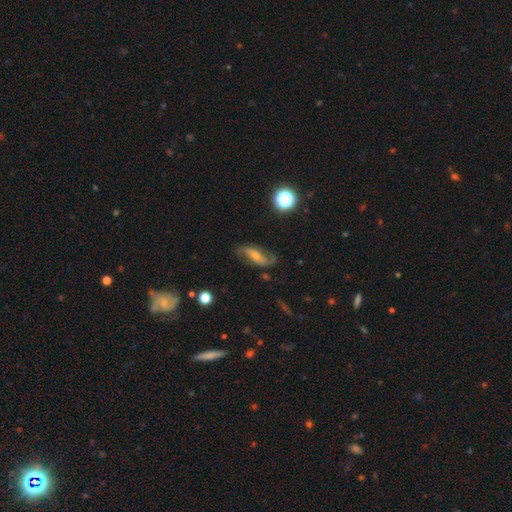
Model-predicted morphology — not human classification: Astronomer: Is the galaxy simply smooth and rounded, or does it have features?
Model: featured or disk — 66%.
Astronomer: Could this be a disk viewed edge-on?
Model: no — 89%.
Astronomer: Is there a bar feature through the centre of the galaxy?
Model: no — 38% (runner-up: weak, 36%).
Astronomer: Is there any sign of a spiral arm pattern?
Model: yes — 91%.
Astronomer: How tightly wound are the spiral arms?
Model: loose — 64%.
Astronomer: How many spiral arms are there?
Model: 2 — 88%.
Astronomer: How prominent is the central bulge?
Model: small — 51% (runner-up: moderate, 32%).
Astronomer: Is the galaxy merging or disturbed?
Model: none — 68%.